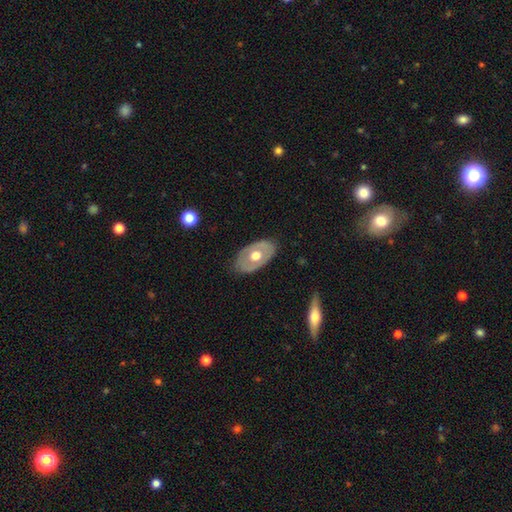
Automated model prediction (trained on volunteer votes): Smooth or featured?
  - featured or disk: 52% *
  - smooth: 43%
  - star or artifact: 5%
Edge-on disk?
  - no: 86% *
  - yes: 14%
Merging?
  - none: 78% *
  - minor disturbance: 17%
  - major disturbance: 4%
  - merger: 1%